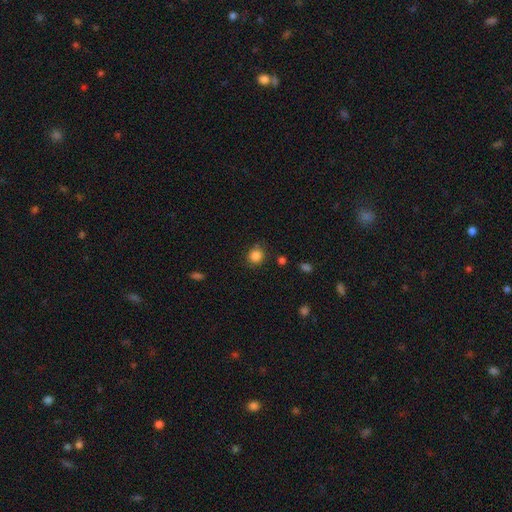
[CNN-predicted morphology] Smooth or featured?
  - smooth: 85% *
  - star or artifact: 10%
  - featured or disk: 4%
How rounded?
  - round: 82% *
  - in between: 17%
  - cigar-shaped: 1%
Merging?
  - none: 79% *
  - minor disturbance: 14%
  - major disturbance: 4%
  - merger: 2%